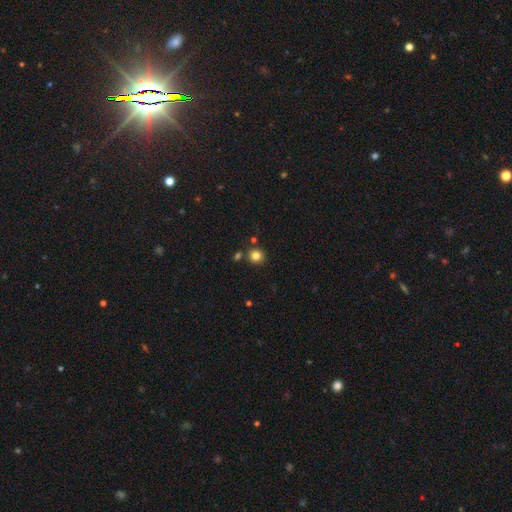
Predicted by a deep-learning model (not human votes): Smooth or featured: smooth — 82% (star or artifact — 12%)
How rounded: round — 90% (in between — 9%)
Merging: none — 82% (merger — 8%)